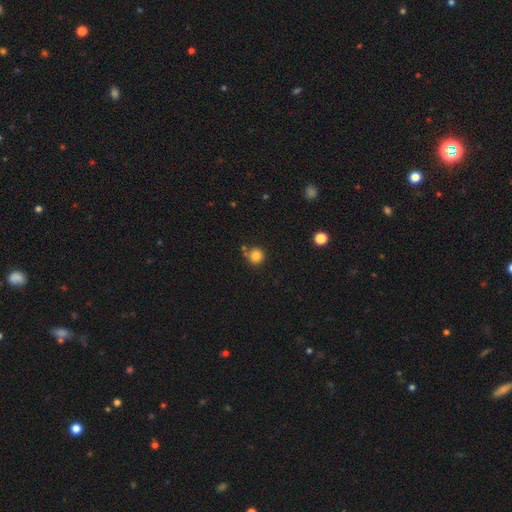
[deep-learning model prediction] smooth_or_featured: smooth (p=0.83) [alt: star or artifact p=0.12]
how_rounded: round (p=0.94) [alt: in between p=0.05]
merging: none (p=0.76) [alt: merger p=0.11]